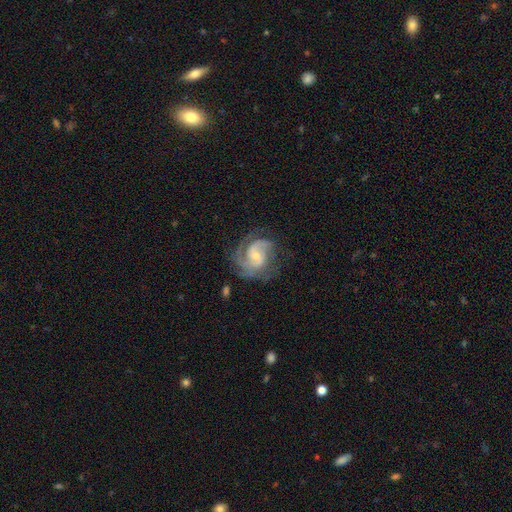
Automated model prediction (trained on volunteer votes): featured or disk 88%, smooth 7%, star or artifact 5%. Down the decision tree: edge-on disk — no (98%); bar — no (49%); spiral arms — yes (97%); spiral arm count — 2 (43%); spiral winding — medium (45%); bulge size — small (60%); merging — none (66%).